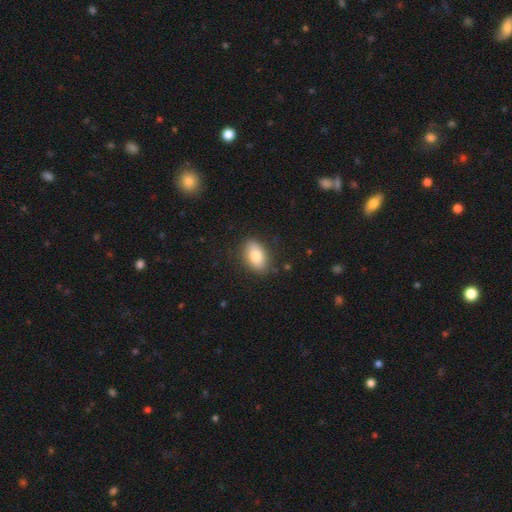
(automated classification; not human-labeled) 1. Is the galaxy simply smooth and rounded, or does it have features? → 82% smooth, 11% featured or disk, 7% star or artifact.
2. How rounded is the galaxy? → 89% in between, 9% round, 2% cigar-shaped.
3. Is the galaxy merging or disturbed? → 84% none, 12% minor disturbance, 3% major disturbance, 1% merger.